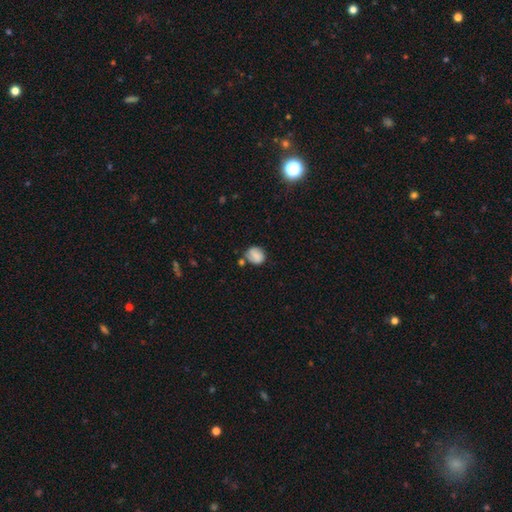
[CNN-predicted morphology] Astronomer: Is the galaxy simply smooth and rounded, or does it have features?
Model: smooth — 78%.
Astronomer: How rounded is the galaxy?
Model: round — 62%.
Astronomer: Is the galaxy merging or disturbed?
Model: none — 61%.